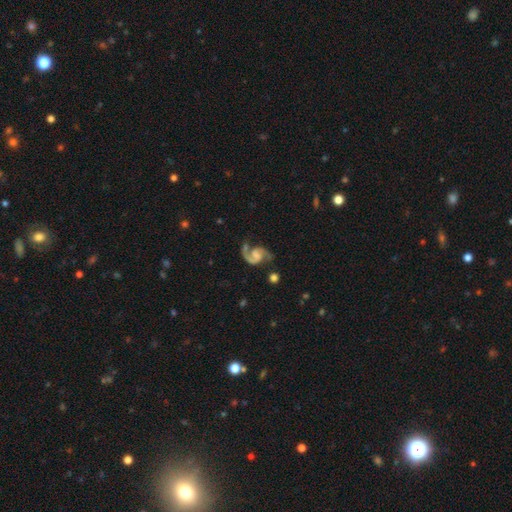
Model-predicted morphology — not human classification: This appears to be a featured or disk galaxy (90%) with no bar (45%), 2 (90%) medium (56%) spiral arms (98%) and no central bulge (40%). Merging: none (67%).